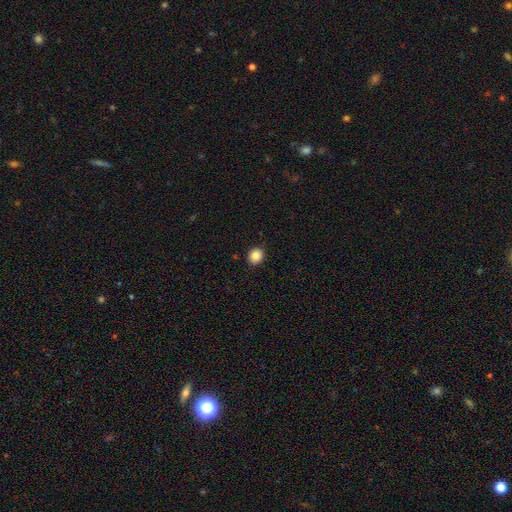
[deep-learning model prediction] Smooth or featured? Predicted: smooth (p=0.87). How rounded? Predicted: round (p=0.82). Merging? Predicted: none (p=0.91).